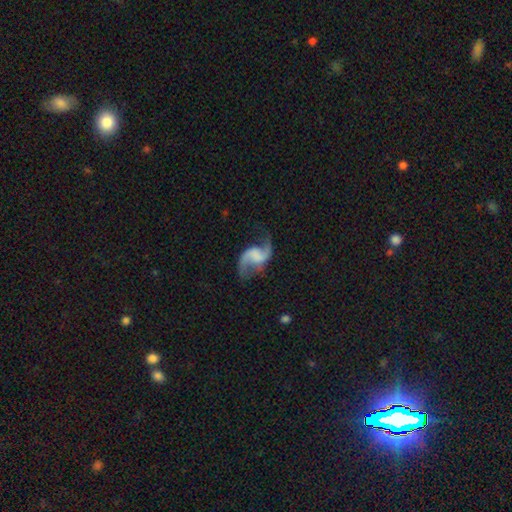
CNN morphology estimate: type=featured or disk (88%); edge-on=no (98%); bar=no (43%); spiral arms=yes (97%); winding=loose (79%); arm count=2 (93%); bulge=none (62%); merging=none (72%).